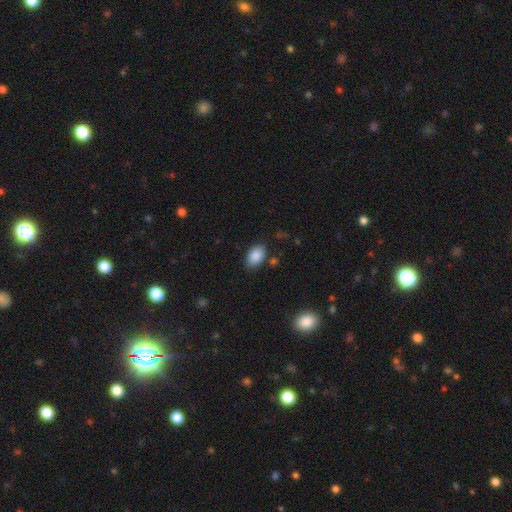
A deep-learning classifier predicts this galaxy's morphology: Q: Smooth or featured?
A: smooth (88%); runner-up: star or artifact (7%)
Q: How rounded?
A: in between (89%); runner-up: round (10%)
Q: Merging?
A: none (81%); runner-up: minor disturbance (13%)